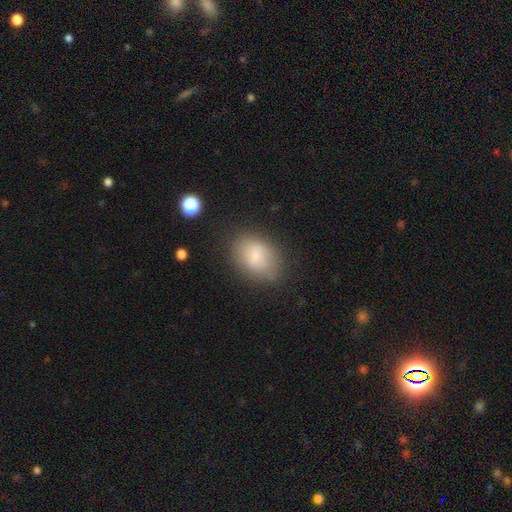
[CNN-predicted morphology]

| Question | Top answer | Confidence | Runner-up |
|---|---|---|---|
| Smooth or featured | smooth | 75% | featured or disk (16%) |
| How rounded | in between | 79% | round (20%) |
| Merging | none | 71% | minor disturbance (20%) |